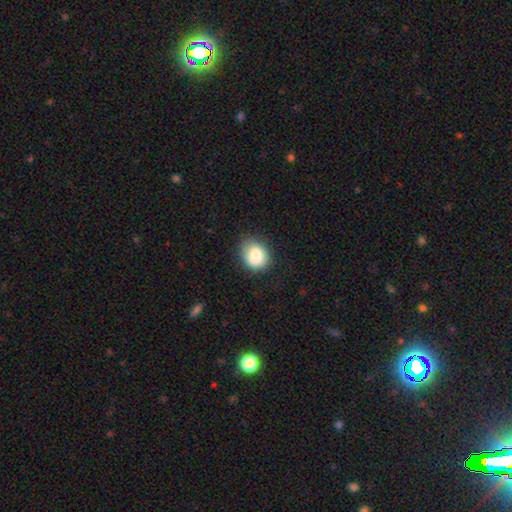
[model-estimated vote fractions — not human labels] A smooth galaxy with no disk features (82%) that is round (55%). Merging: none (73%).